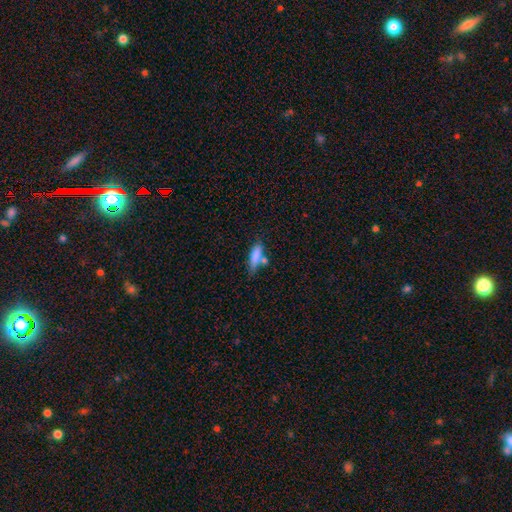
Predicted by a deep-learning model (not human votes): This appears to be a smooth galaxy with no disk features (80%) that is cigar-shaped (54%). Merging: none (51%).